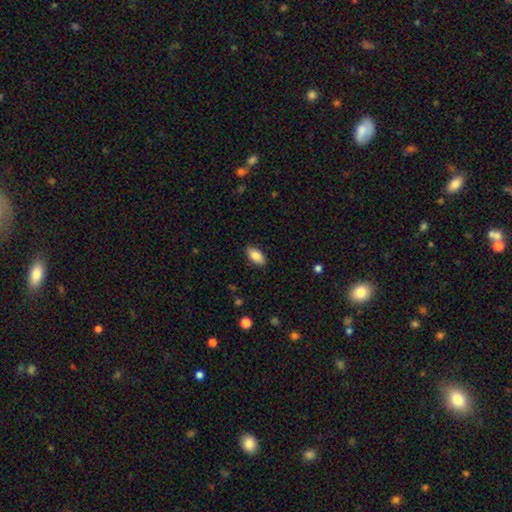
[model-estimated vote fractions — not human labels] smooth-or-featured: smooth: 86% | featured or disk: 7% | star or artifact: 7%
  how-rounded: in between: 91% | cigar-shaped: 6% | round: 3%
  merging: none: 86% | minor disturbance: 11% | major disturbance: 2% | merger: 1%